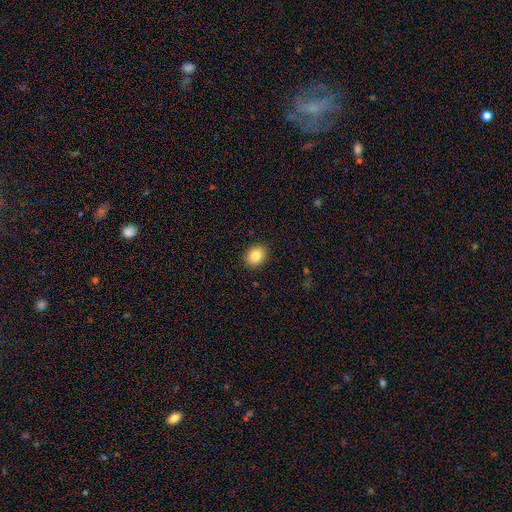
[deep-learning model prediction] This is clearly a smooth galaxy (84%). How rounded: possibly round (57%). Merging: clearly none (90%).